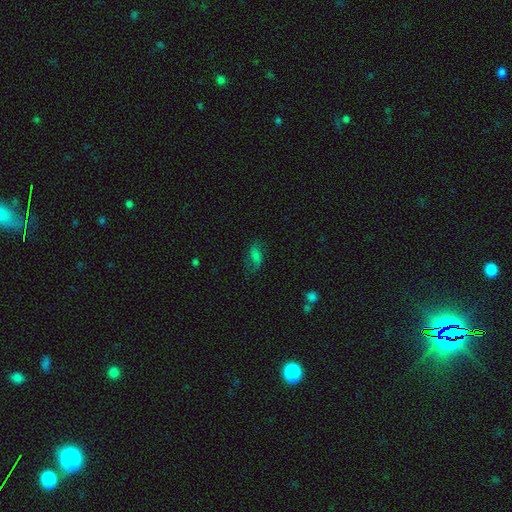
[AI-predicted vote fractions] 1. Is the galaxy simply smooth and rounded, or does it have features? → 51% smooth, 32% featured or disk, 17% star or artifact.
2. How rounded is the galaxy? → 79% in between, 12% cigar-shaped, 9% round.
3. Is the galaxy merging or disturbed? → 63% none, 22% minor disturbance, 14% major disturbance, 2% merger.